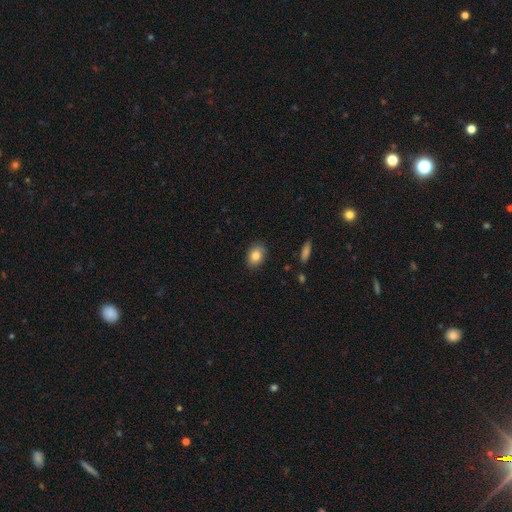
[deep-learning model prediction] This is clearly a smooth galaxy (83%). How rounded: likely in between (73%). Merging: clearly none (87%).